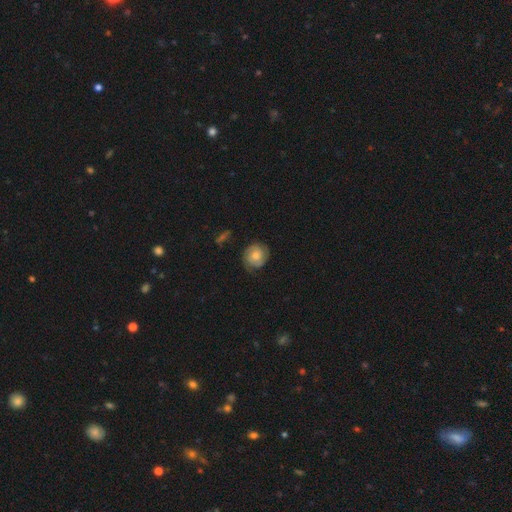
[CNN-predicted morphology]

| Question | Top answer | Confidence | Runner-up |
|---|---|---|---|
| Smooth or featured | featured or disk | 48% | smooth (45%) |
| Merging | none | 73% | minor disturbance (20%) |